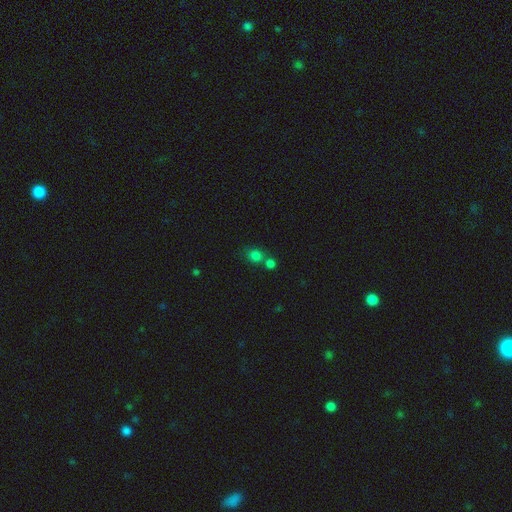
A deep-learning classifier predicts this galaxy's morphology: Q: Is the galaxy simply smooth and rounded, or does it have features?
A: smooth — 79%.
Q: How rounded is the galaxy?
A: round — 74%.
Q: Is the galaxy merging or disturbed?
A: none — 53%.